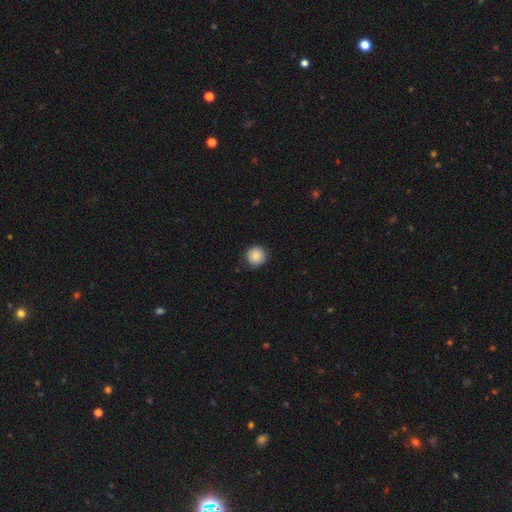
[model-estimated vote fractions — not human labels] The model was most divided on "merging": none: 85%, minor disturbance: 11%, major disturbance: 2%, merger: 1%. More confident: how rounded — round (94%); smooth or featured — smooth (87%).